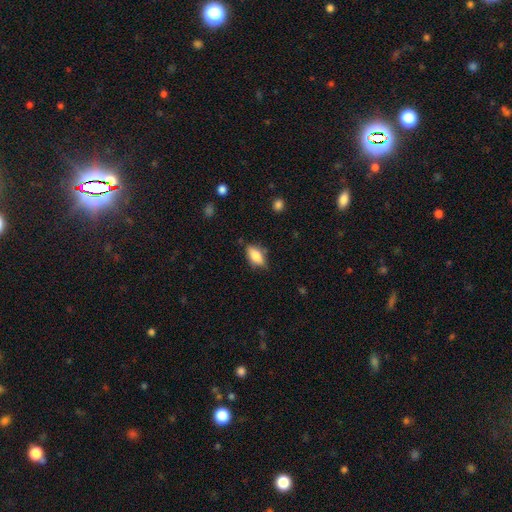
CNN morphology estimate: This is likely a smooth galaxy (71%). How rounded: clearly in between (83%). Merging: likely none (71%).